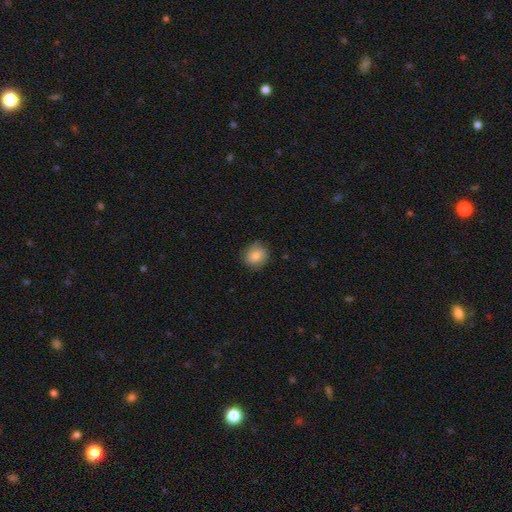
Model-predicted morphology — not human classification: Smooth or featured? Predicted: smooth (p=0.83). How rounded? Predicted: round (p=0.71). Merging? Predicted: none (p=0.85).